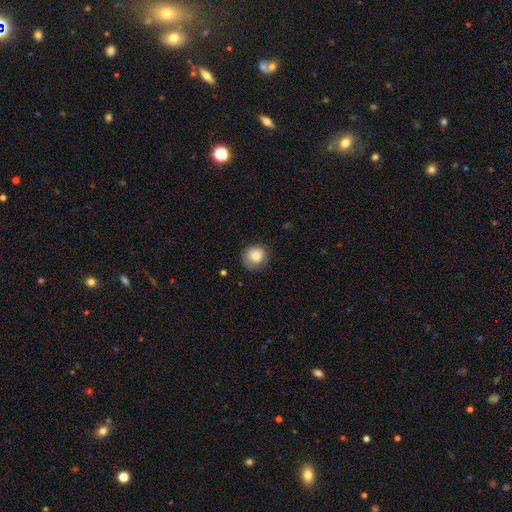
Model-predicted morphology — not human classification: This appears to be a smooth galaxy with no disk features (84%) that is round (82%). Merging: none (72%).